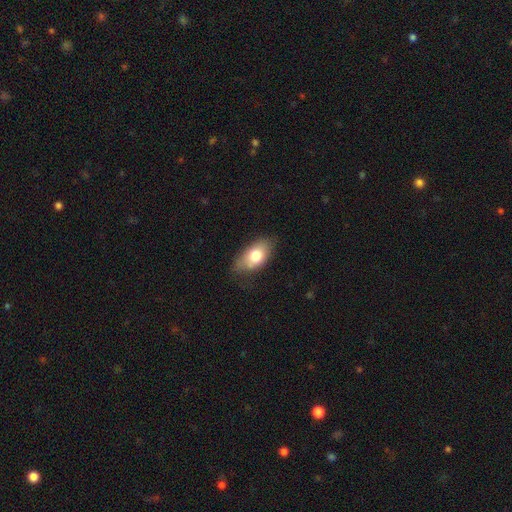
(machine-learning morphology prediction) A smooth galaxy with no disk features (74%) that is in between round and cigar-shaped (90%).

Vote fractions:
- Smooth or featured? smooth: 74% / featured or disk: 19% / star or artifact: 7%
- How rounded? in between: 90% / round: 7% / cigar-shaped: 3%
- Merging? none: 65% / minor disturbance: 27% / major disturbance: 6% / merger: 2%